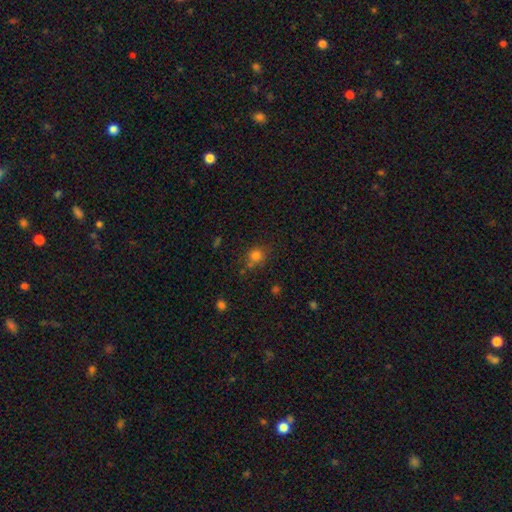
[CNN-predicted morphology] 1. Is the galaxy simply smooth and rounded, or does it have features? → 78% smooth, 15% star or artifact, 7% featured or disk.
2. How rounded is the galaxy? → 79% round, 20% in between, 1% cigar-shaped.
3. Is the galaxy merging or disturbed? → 68% none, 15% minor disturbance, 11% merger, 5% major disturbance.